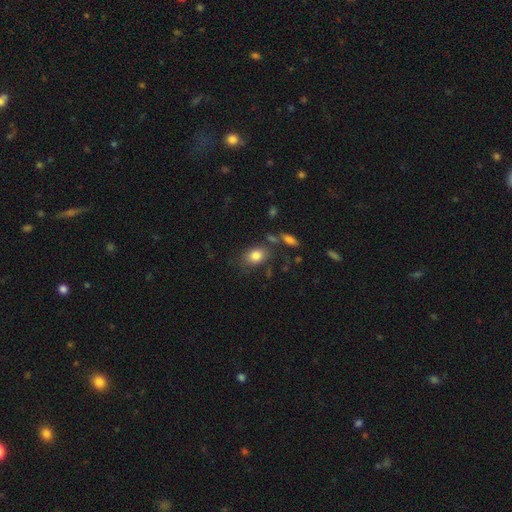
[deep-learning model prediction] This appears to be a smooth galaxy with no disk features (82%) that is in between round and cigar-shaped (74%). Merging: none (69%).